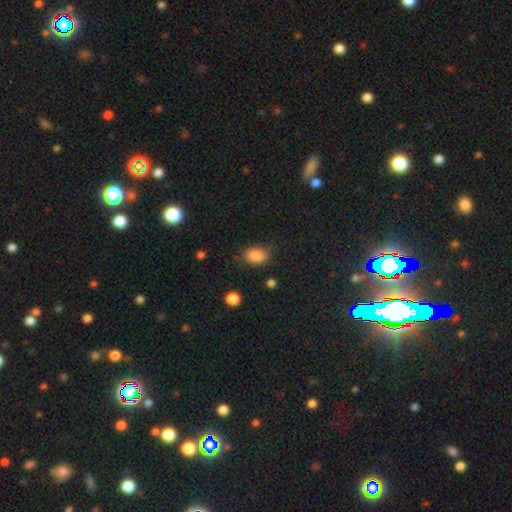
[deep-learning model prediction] smooth 85%, star or artifact 10%, featured or disk 6%. Down the decision tree: how rounded — in between (80%); merging — none (71%).